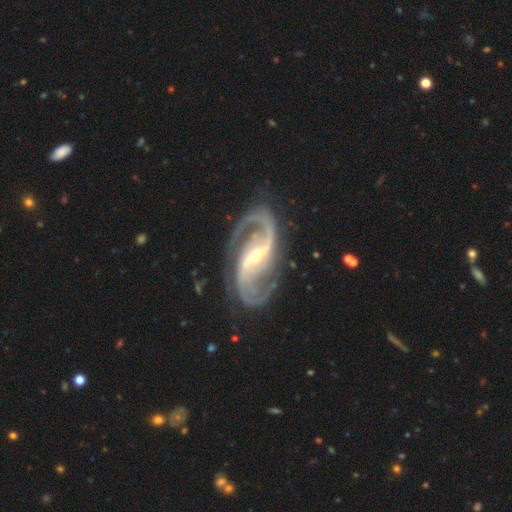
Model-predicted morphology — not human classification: Smooth or featured? featured or disk (93%)
Edge-on disk? no (97%)
Bar? strong (53%)
Spiral arms? yes (98%)
Spiral winding? medium (53%)
Spiral arm count? 2 (91%)
Bulge size? small (64%)
Merging? none (76%)